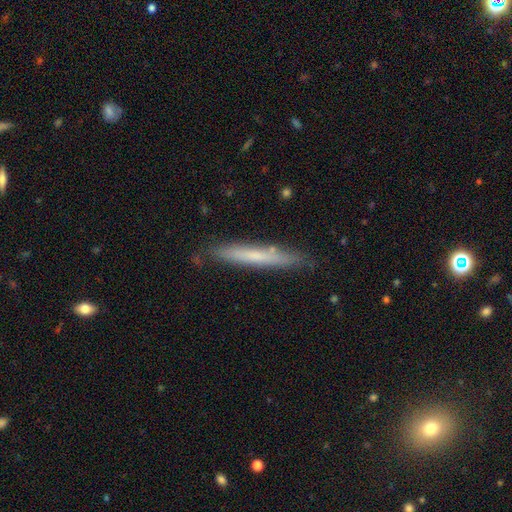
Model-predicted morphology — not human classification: Smooth or featured? Predicted: smooth (p=0.57). How rounded? Predicted: cigar-shaped (p=0.95). Merging? Predicted: none (p=0.83).